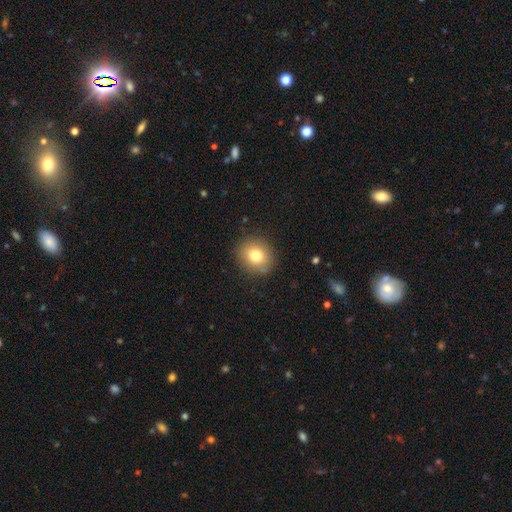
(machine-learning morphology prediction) Smooth or featured? Predicted: smooth (p=0.79). How rounded? Predicted: round (p=0.77). Merging? Predicted: none (p=0.87).